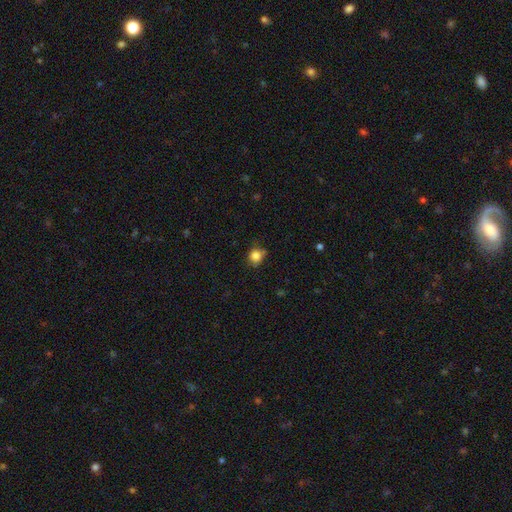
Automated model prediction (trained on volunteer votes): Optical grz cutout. It shows a smooth galaxy with no disk features (82%) that is round (76%). Merging: none (65%).